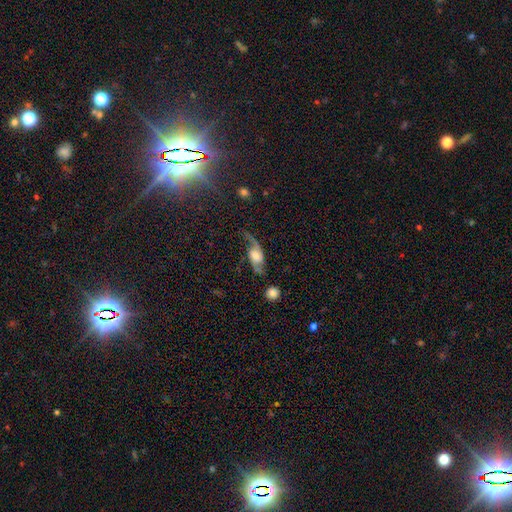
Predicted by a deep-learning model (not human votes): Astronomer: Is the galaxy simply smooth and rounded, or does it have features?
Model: featured or disk — 77%.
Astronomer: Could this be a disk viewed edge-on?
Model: no — 91%.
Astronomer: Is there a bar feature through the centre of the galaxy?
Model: no — 56% (runner-up: weak, 34%).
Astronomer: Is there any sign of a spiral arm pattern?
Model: yes — 93%.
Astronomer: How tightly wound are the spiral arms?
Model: loose — 70%.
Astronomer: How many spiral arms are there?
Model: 2 — 87%.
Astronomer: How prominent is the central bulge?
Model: moderate — 38% (runner-up: large, 32%).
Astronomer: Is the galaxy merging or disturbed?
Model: none — 54%.